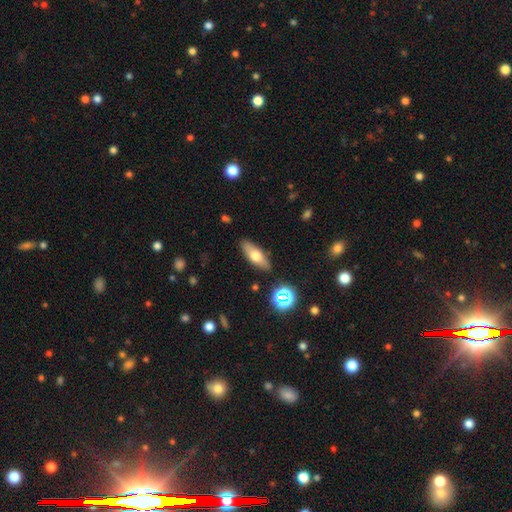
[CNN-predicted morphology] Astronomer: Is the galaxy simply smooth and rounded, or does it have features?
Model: smooth — 59%.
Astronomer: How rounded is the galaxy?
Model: in between — 63%.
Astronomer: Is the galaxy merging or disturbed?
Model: none — 86%.